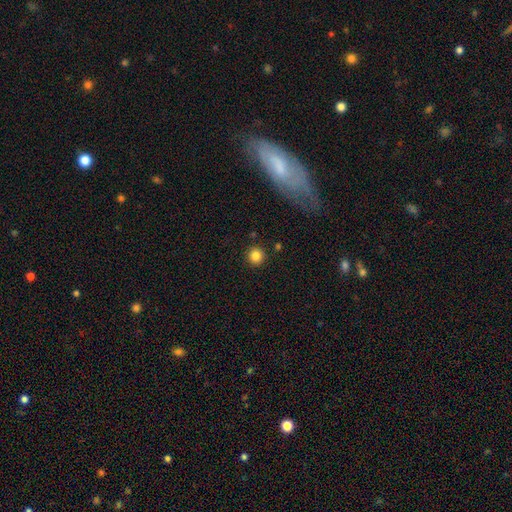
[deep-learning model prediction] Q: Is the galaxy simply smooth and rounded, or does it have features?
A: smooth — 84%.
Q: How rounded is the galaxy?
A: round — 94%.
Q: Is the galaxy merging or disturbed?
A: none — 90%.